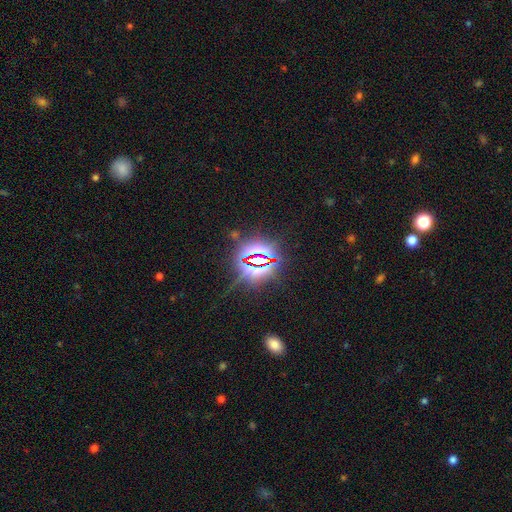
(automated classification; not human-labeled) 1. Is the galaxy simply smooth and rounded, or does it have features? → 82% star or artifact, 11% smooth, 7% featured or disk.